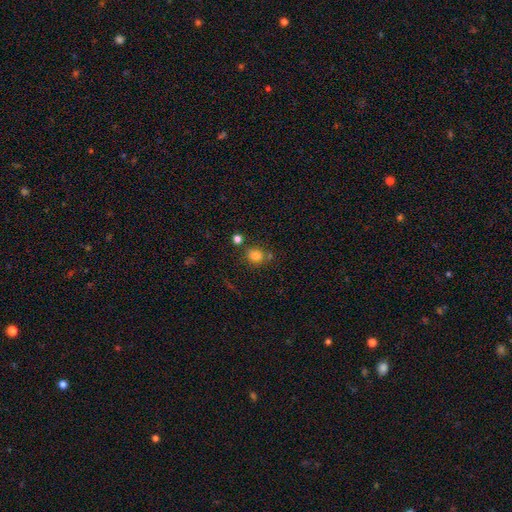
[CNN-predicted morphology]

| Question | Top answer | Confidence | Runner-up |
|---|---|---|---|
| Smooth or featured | smooth | 80% | star or artifact (13%) |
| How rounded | round | 73% | in between (26%) |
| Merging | none | 69% | minor disturbance (14%) |